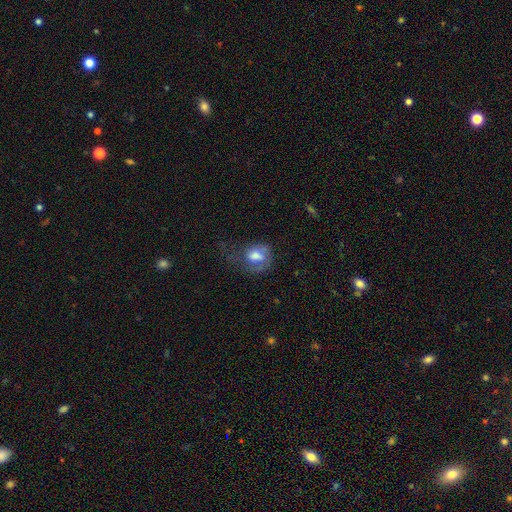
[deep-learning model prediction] This appears to be a smooth galaxy with no disk features (57%) that is in between round and cigar-shaped (58%). Merging: major disturbance (42%).